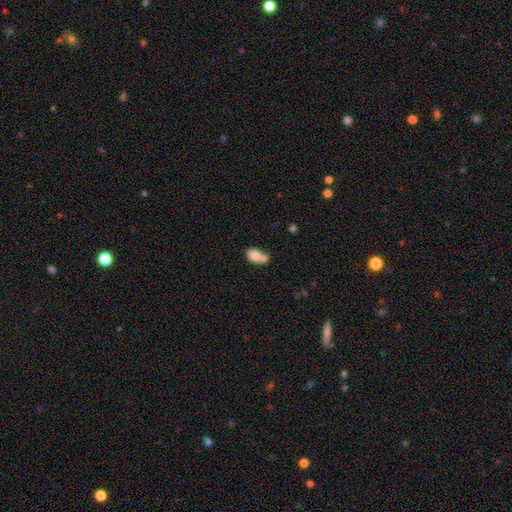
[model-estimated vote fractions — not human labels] The model was most divided on "merging": merger: 50%, none: 32%, minor disturbance: 13%, major disturbance: 5%. More confident: smooth or featured — smooth (79%); how rounded — in between (79%).